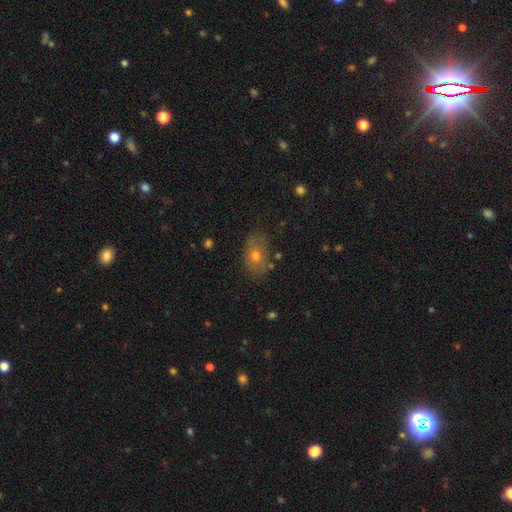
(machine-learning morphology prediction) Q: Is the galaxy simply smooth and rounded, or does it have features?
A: smooth — 64%.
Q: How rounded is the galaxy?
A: in between — 77%.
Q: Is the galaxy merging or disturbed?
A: none — 71%.